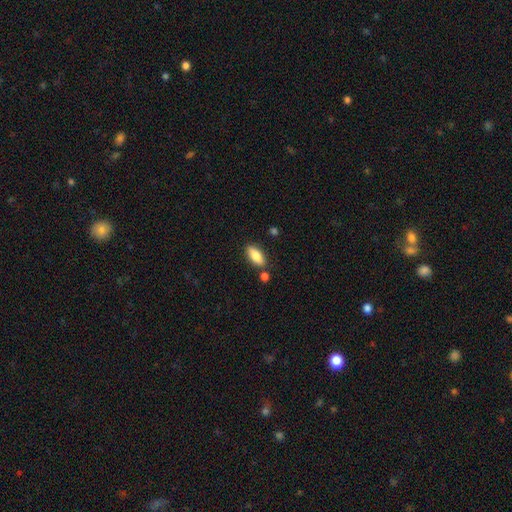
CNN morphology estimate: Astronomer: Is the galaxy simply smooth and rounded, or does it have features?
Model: smooth — 81%.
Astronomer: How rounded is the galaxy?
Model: in between — 83%.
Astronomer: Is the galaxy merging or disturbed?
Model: none — 80%.